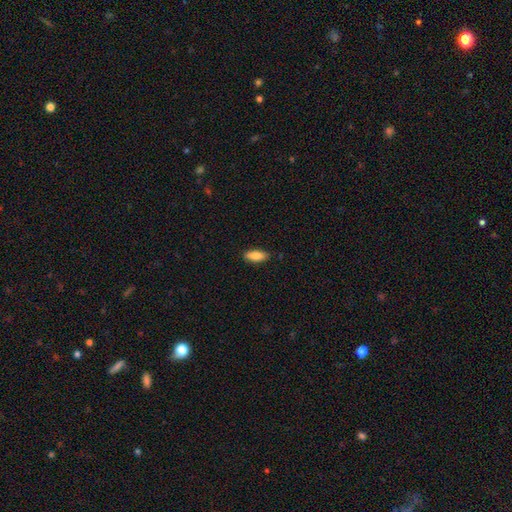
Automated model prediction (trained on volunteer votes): This is clearly a smooth galaxy (86%). How rounded: likely in between (75%). Merging: clearly none (87%).